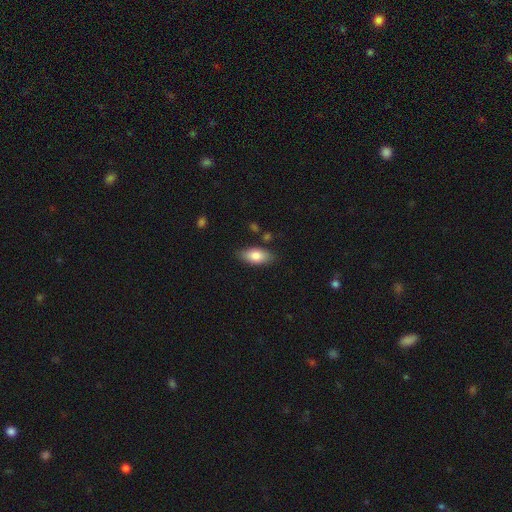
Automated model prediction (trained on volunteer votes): This is clearly a smooth galaxy (82%). How rounded: clearly in between (90%). Merging: clearly none (83%).